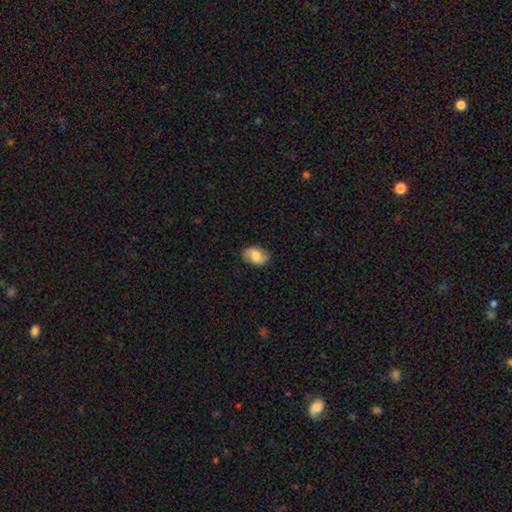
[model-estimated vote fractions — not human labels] This appears to be a smooth galaxy with no disk features (53%) that is in between round and cigar-shaped (75%). Merging: none (82%).